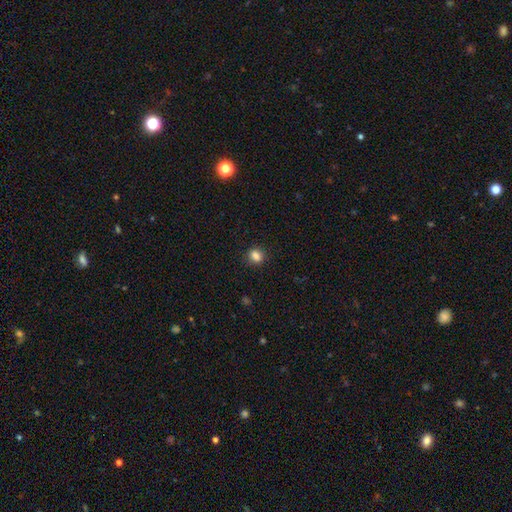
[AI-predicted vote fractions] Smooth or featured: smooth — 84% (star or artifact — 12%)
How rounded: round — 53% (in between — 46%)
Merging: none — 84% (minor disturbance — 12%)